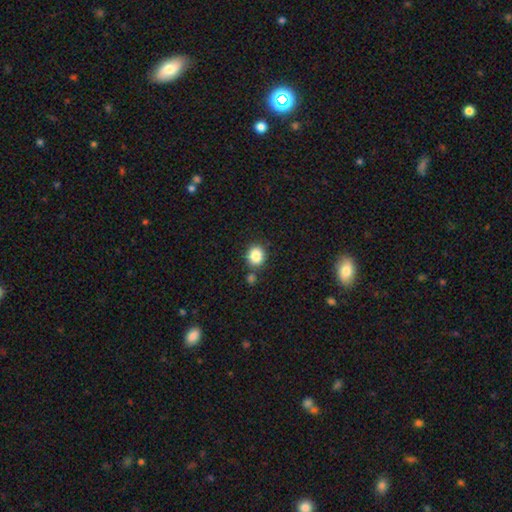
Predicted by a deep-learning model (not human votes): A smooth galaxy with no disk features (86%) that is round (71%).

Vote fractions:
- Smooth or featured? smooth: 86% / star or artifact: 10% / featured or disk: 5%
- How rounded? round: 71% / in between: 28% / cigar-shaped: 1%
- Merging? none: 76% / minor disturbance: 11% / merger: 10% / major disturbance: 3%